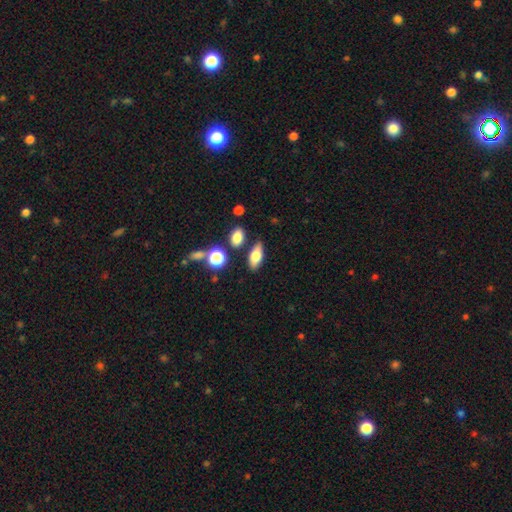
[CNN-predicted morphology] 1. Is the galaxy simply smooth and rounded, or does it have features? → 70% smooth, 20% featured or disk, 9% star or artifact.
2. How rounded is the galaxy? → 79% in between, 15% cigar-shaped, 6% round.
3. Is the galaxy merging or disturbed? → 79% none, 11% minor disturbance, 6% merger, 3% major disturbance.